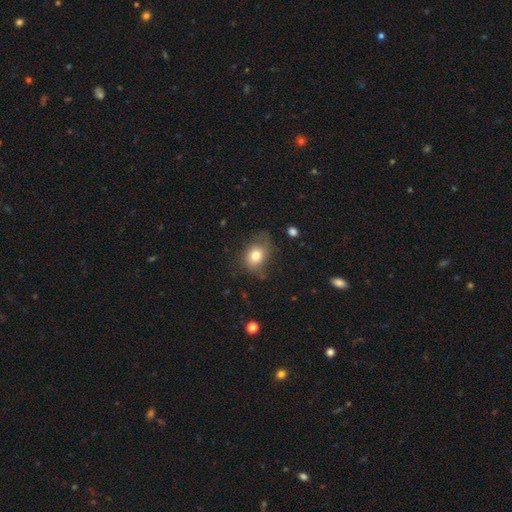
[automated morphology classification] A smooth galaxy with no disk features (78%) that is in between round and cigar-shaped (53%). Merging: none (59%).